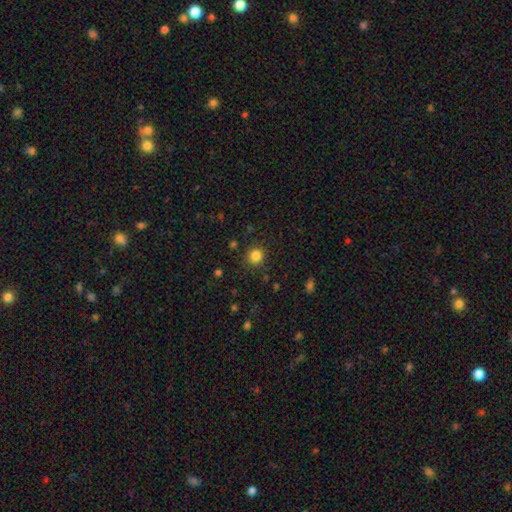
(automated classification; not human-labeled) smooth_or_featured: smooth (p=0.83) [alt: star or artifact p=0.13]
how_rounded: round (p=0.92) [alt: in between p=0.08]
merging: none (p=0.88) [alt: minor disturbance p=0.08]